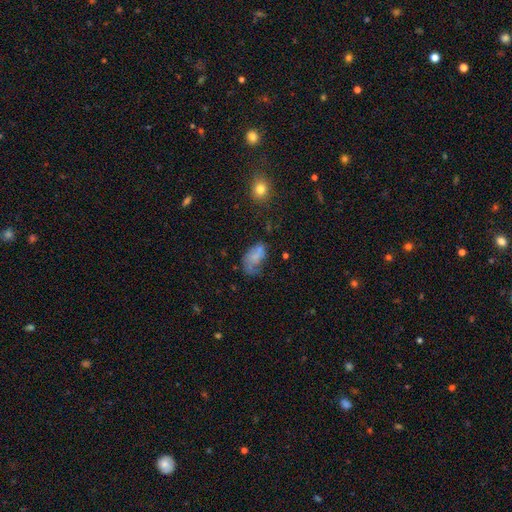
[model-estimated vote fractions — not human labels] The model was most divided on "merging": none: 31%, major disturbance: 30%, minor disturbance: 29%, merger: 10%. More confident: how rounded — in between (89%); smooth or featured — smooth (58%).